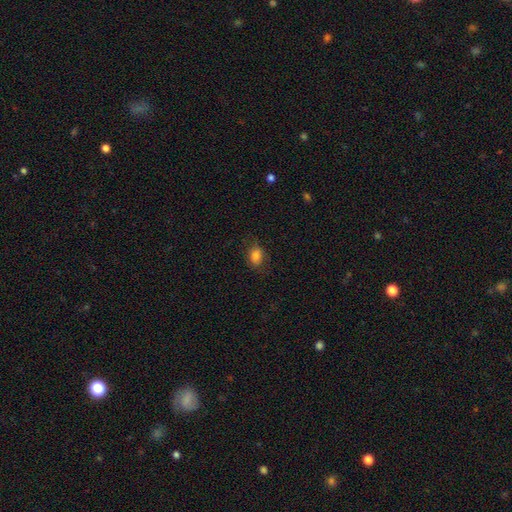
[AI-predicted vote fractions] Smooth or featured?
  - smooth: 83% *
  - star or artifact: 10%
  - featured or disk: 7%
How rounded?
  - in between: 72% *
  - round: 27%
  - cigar-shaped: 1%
Merging?
  - none: 78% *
  - minor disturbance: 16%
  - major disturbance: 5%
  - merger: 1%